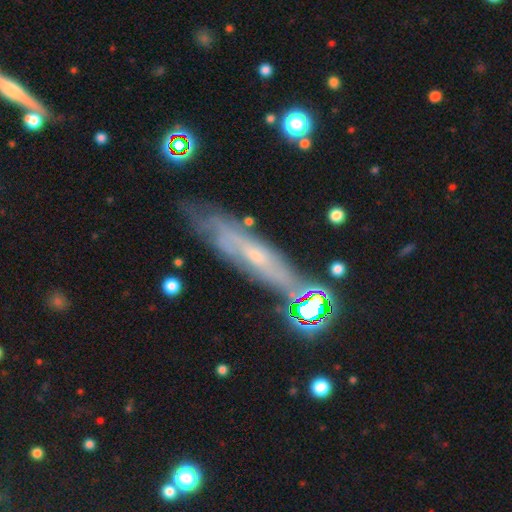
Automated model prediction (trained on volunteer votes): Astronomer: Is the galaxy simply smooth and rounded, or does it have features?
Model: featured or disk — 65%.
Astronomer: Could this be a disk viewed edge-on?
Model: yes — 52% (runner-up: no, 48%).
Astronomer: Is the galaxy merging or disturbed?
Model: none — 72%.